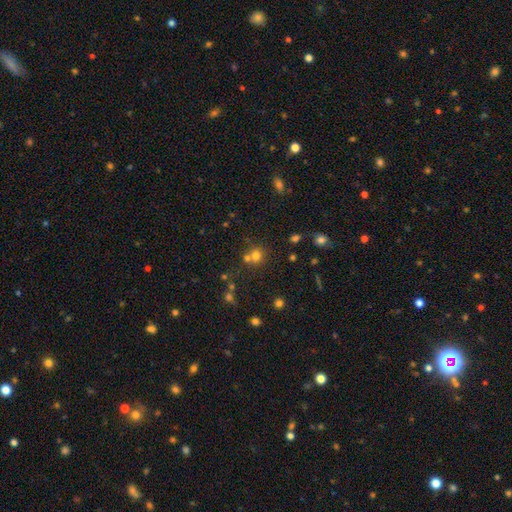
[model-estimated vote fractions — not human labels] smooth_or_featured: smooth (p=0.68) [alt: star or artifact p=0.22]
how_rounded: round (p=0.85) [alt: in between p=0.14]
merging: none (p=0.55) [alt: merger p=0.33]